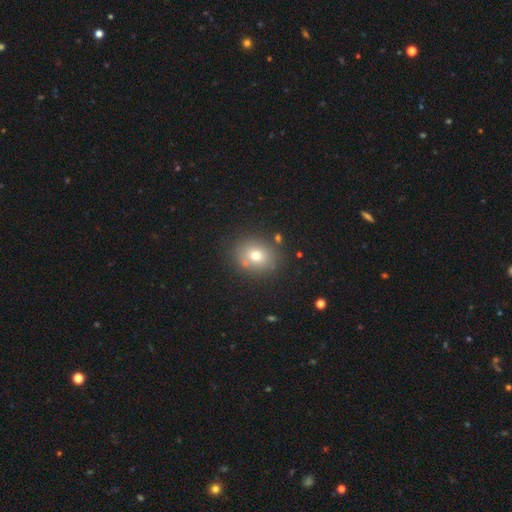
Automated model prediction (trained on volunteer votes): A smooth galaxy with no disk features (71%) that is round (65%).

Vote fractions:
- Smooth or featured? smooth: 71% / star or artifact: 15% / featured or disk: 14%
- How rounded? round: 65% / in between: 34% / cigar-shaped: 1%
- Merging? none: 82% / minor disturbance: 10% / merger: 5% / major disturbance: 3%